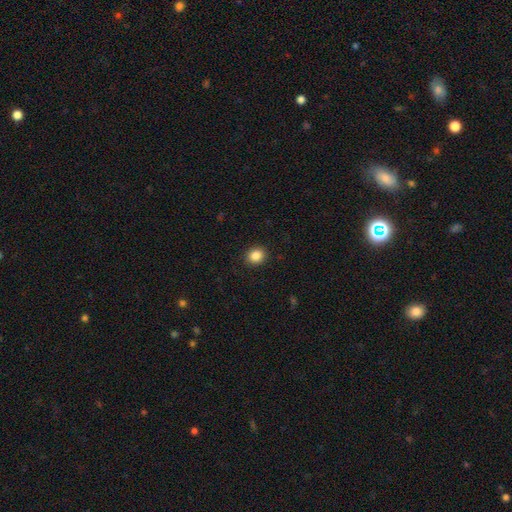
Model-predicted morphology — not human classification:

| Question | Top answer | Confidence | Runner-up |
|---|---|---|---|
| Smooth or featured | smooth | 86% | star or artifact (10%) |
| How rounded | round | 73% | in between (27%) |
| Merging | none | 91% | minor disturbance (6%) |